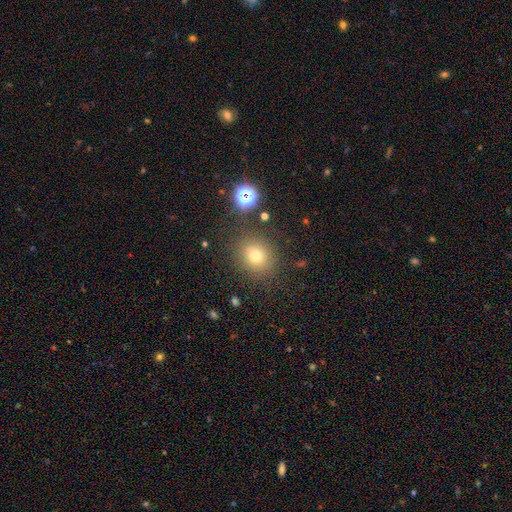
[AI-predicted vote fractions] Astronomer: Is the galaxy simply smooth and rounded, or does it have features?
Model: smooth — 71%.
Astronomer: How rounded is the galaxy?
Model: round — 77%.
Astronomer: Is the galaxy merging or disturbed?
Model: none — 84%.